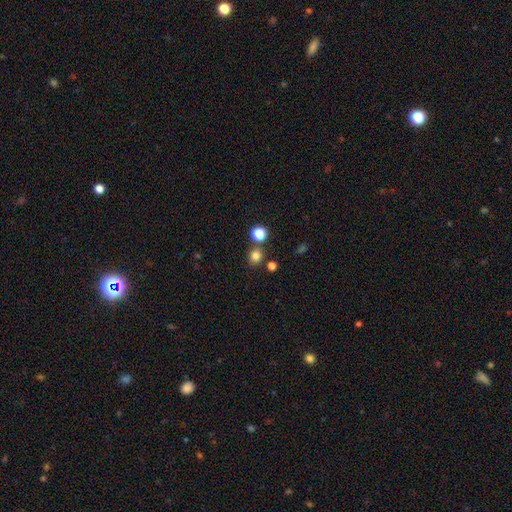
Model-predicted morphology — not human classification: smooth 79%, star or artifact 16%, featured or disk 5%. Down the decision tree: how rounded — round (81%); merging — none (77%).